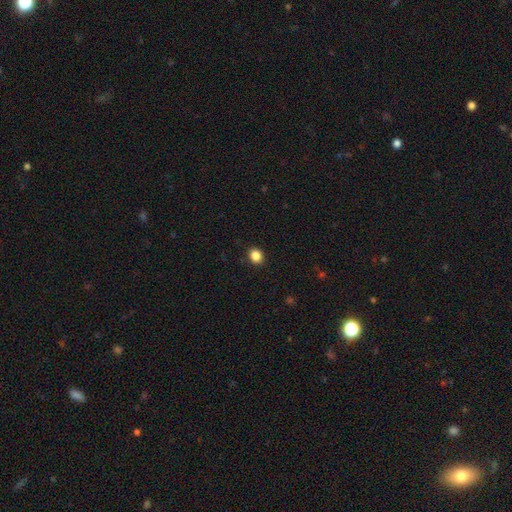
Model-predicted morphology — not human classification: The model was most divided on "how rounded": round: 67%, in between: 32%, cigar-shaped: 1%. More confident: merging — none (91%); smooth or featured — smooth (86%).